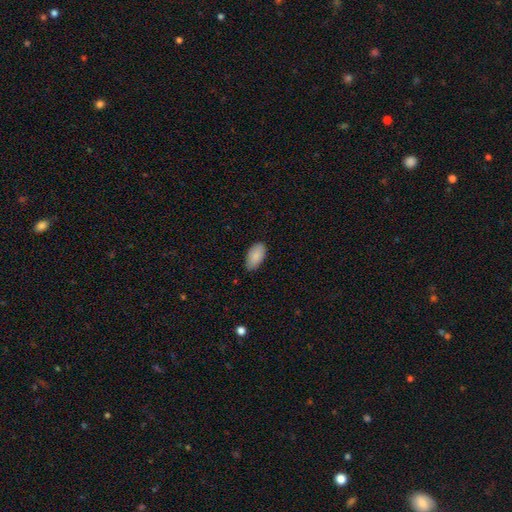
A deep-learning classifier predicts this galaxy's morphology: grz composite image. It shows a smooth galaxy with no disk features (88%) that is in between round and cigar-shaped (94%). Merging: none (81%).